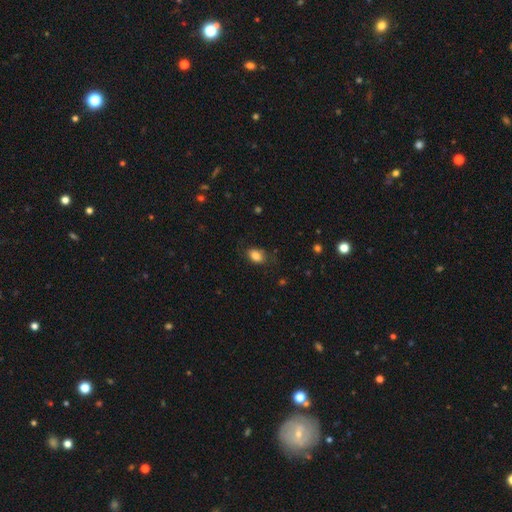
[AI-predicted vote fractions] The model was most divided on "merging": none: 72%, minor disturbance: 20%, major disturbance: 7%, merger: 1%. More confident: smooth or featured — smooth (83%); how rounded — in between (81%).